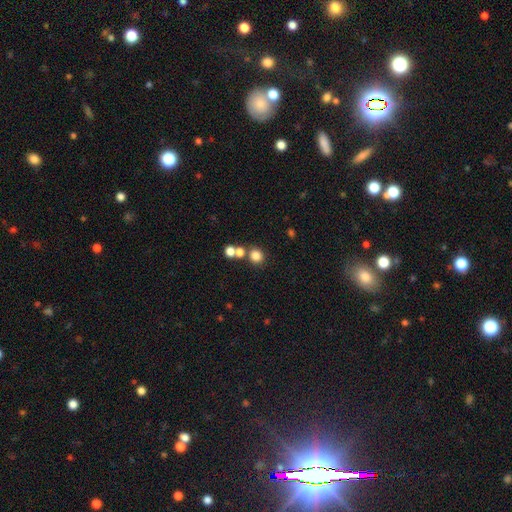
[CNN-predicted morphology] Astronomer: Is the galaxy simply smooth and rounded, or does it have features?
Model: smooth — 80%.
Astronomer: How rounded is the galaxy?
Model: round — 83%.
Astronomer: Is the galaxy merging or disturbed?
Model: none — 67%.